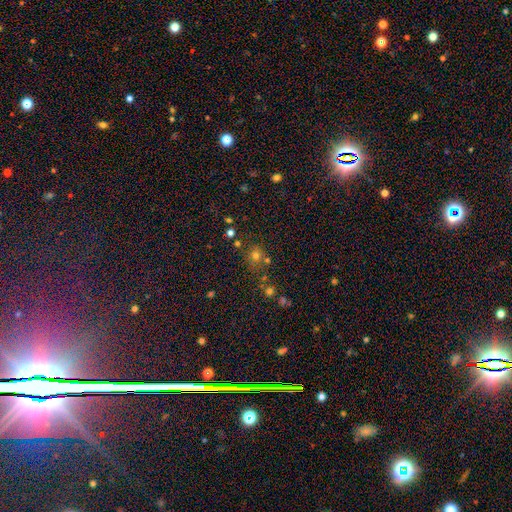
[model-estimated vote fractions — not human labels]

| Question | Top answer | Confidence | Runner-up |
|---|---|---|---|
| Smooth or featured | smooth | 58% | star or artifact (33%) |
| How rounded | round | 83% | in between (15%) |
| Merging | none | 70% | merger (14%) |